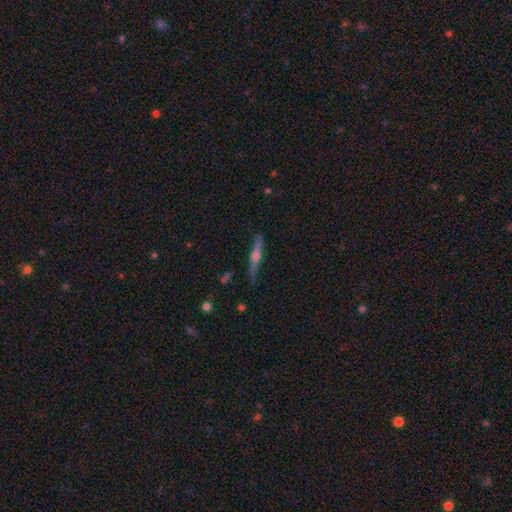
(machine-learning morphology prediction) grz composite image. It shows a featured or disk galaxy (73%) viewed edge-on (97%) with a rounded central bulge (89%). Merging: none (82%).